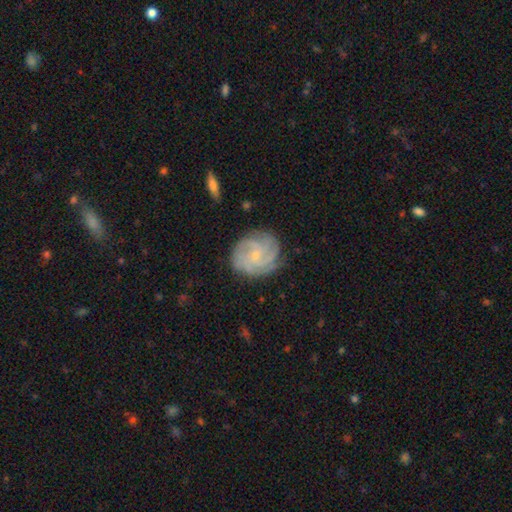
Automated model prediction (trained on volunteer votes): Smooth or featured? Predicted: featured or disk (p=0.82). Edge-on disk? Predicted: no (p=0.98). Bar? Predicted: no (p=0.74). Spiral arms? Predicted: yes (p=0.97). Spiral winding? Predicted: tight (p=0.67). Spiral arm count? Predicted: 4 (p=0.36). Bulge size? Predicted: small (p=0.80). Merging? Predicted: none (p=0.81).